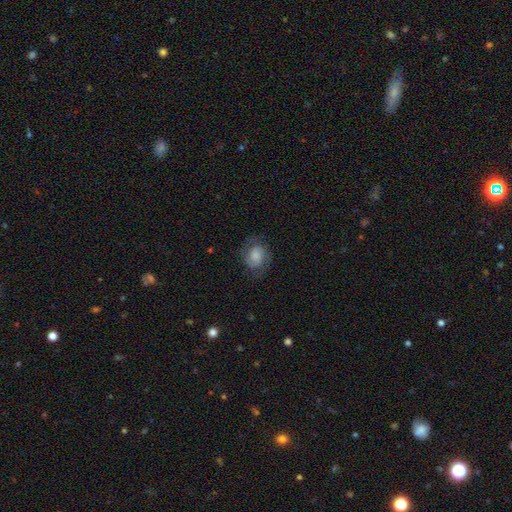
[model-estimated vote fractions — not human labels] A featured or disk galaxy (60%) with no bar (68%), 2 (86%) medium (46%) spiral arms (92%) and no central bulge (26%).

Vote fractions:
- Smooth or featured? featured or disk: 60% / smooth: 32% / star or artifact: 9%
- Edge-on disk? no: 98% / yes: 2%
- Bar? no: 68% / weak: 27% / strong: 5%
- Spiral arms? yes: 92% / no: 8%
- Spiral winding? medium: 46% / tight: 38% / loose: 16%
- Spiral arm count? 2: 86% / can't tell: 6% / 1: 3% / 3: 2% / 4: 1% / more than 4: 1%
- Bulge size? none: 26% / large: 23% / small: 23% / moderate: 23% / dominant: 5%
- Merging? none: 74% / minor disturbance: 16% / major disturbance: 9% / merger: 1%